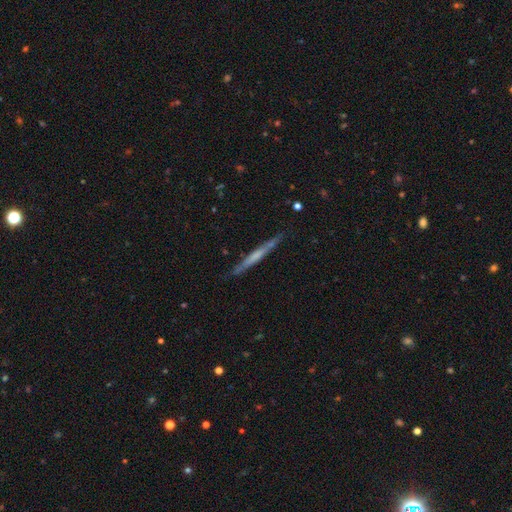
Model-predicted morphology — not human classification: The model was most divided on "smooth or featured": featured or disk: 56%, smooth: 38%, star or artifact: 6%. More confident: edge-on disk — yes (96%); merging — none (86%); edge-on bulge — none (67%).